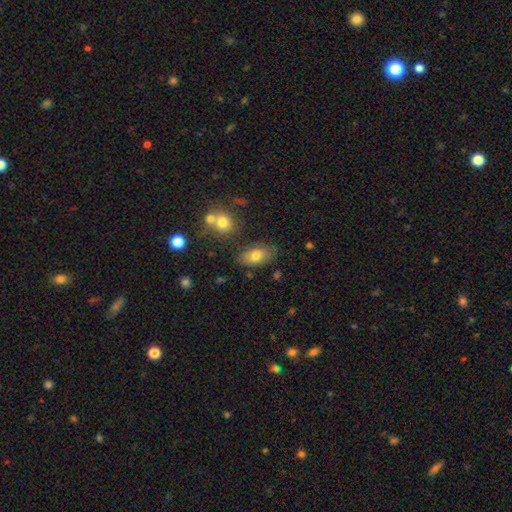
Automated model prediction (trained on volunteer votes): Overall: smooth (74%). How rounded: in between (92%). Merging: none (76%).